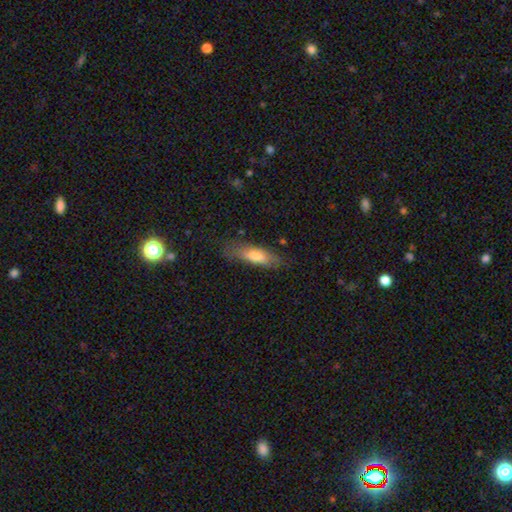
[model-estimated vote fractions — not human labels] The model was most divided on "how rounded": cigar-shaped: 52%, in between: 46%, round: 2%. More confident: merging — none (74%); smooth or featured — smooth (69%).